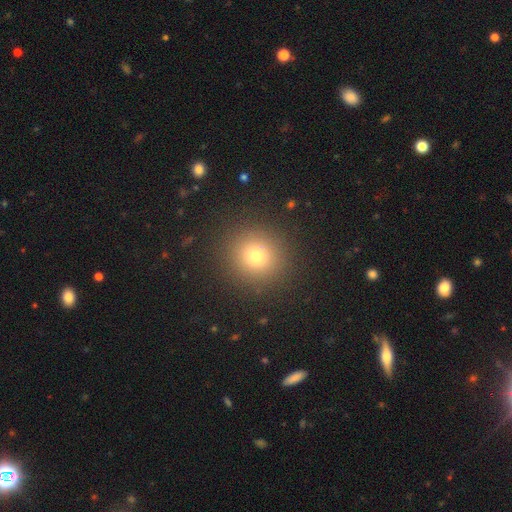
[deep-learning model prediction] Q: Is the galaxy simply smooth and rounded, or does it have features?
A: smooth — 77%.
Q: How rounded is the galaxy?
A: round — 90%.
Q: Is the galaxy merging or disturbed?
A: none — 90%.